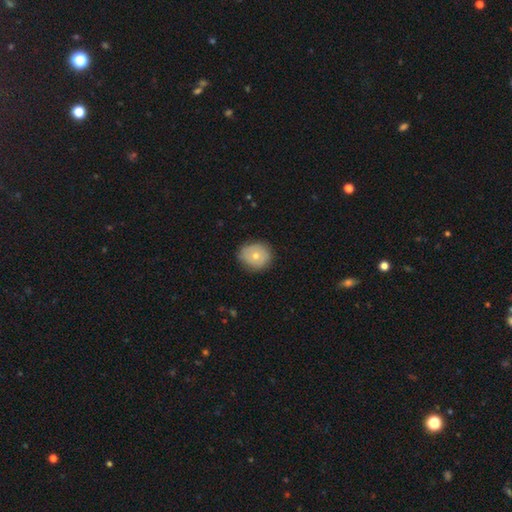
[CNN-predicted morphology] smooth 64%, featured or disk 28%, star or artifact 8%. Down the decision tree: how rounded — round (72%); merging — none (76%).